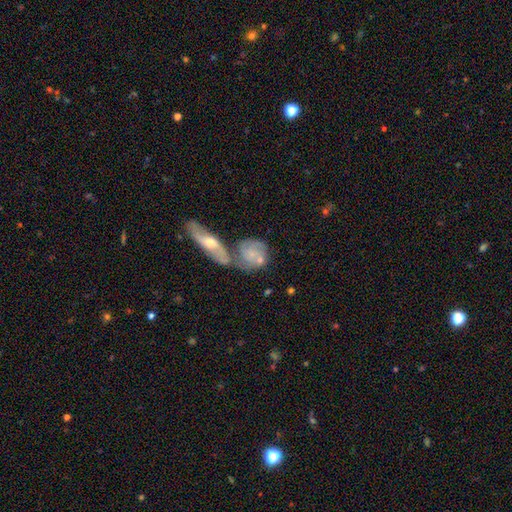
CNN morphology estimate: Q: Smooth or featured?
A: featured or disk (57%); runner-up: smooth (36%)
Q: Edge-on disk?
A: no (88%); runner-up: yes (12%)
Q: Bar?
A: no (72%); runner-up: weak (23%)
Q: Spiral arms?
A: yes (77%); runner-up: no (23%)
Q: Bulge size?
A: small (55%); runner-up: moderate (33%)
Q: Merging?
A: merger (41%); runner-up: none (39%)